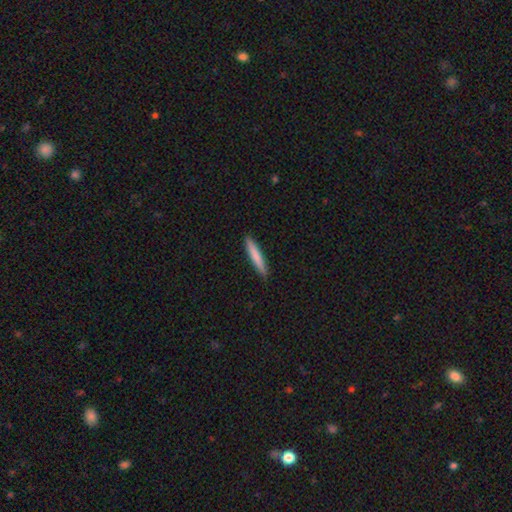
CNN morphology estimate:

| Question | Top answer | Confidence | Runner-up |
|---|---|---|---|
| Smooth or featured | smooth | 79% | featured or disk (15%) |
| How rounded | cigar-shaped | 94% | in between (5%) |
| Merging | none | 91% | minor disturbance (7%) |